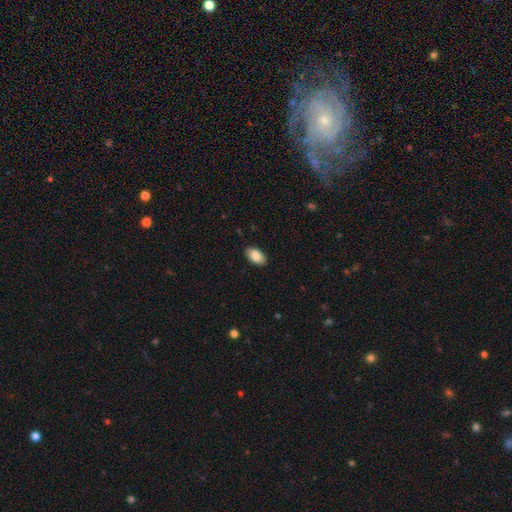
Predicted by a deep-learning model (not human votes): Smooth or featured? Predicted: smooth (p=0.87). How rounded? Predicted: in between (p=0.94). Merging? Predicted: none (p=0.88).